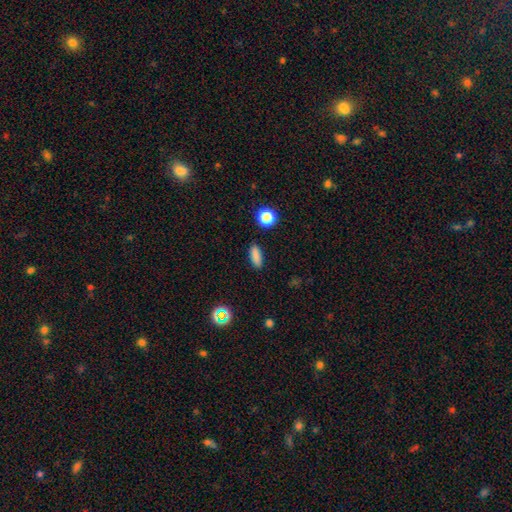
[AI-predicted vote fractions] smooth_or_featured: smooth (p=0.84) [alt: star or artifact p=0.11]
how_rounded: in between (p=0.62) [alt: cigar-shaped p=0.33]
merging: none (p=0.88) [alt: minor disturbance p=0.08]